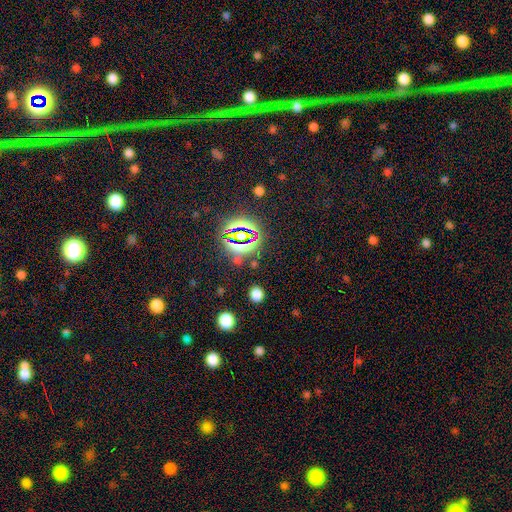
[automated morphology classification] This appears to be a star or artifact, not a galaxy (77%).